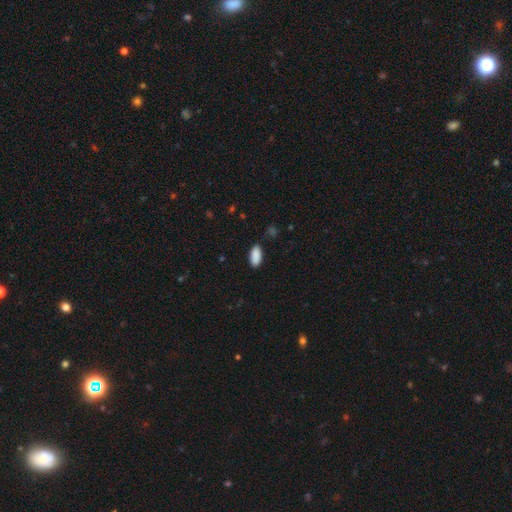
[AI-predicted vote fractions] A smooth galaxy with no disk features (90%) that is in between round and cigar-shaped (92%).

Vote fractions:
- Smooth or featured? smooth: 90% / star or artifact: 6% / featured or disk: 4%
- How rounded? in between: 92% / cigar-shaped: 6% / round: 2%
- Merging? none: 83% / minor disturbance: 13% / major disturbance: 3% / merger: 1%